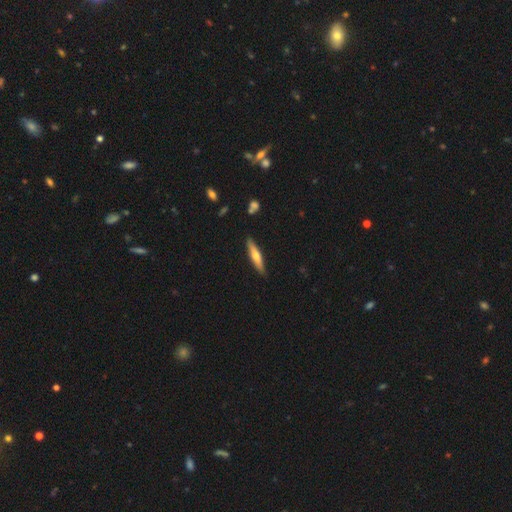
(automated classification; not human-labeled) Overall: smooth (52%; featured or disk 42%). How rounded: cigar-shaped (84%). Merging: none (88%).